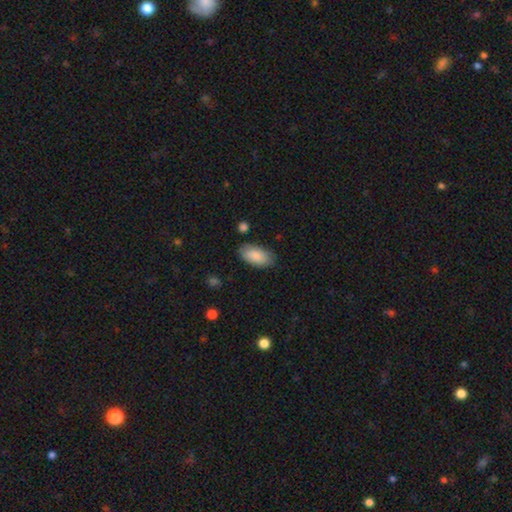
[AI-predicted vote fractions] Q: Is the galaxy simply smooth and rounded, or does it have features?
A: smooth — 87%.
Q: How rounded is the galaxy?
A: in between — 94%.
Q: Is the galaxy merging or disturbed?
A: none — 81%.